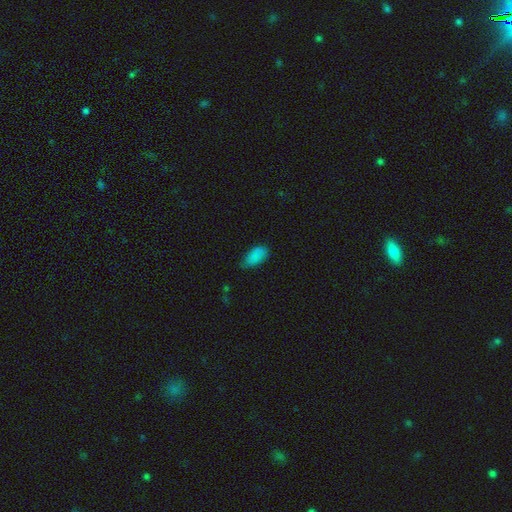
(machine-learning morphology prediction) This is clearly a smooth galaxy (86%). How rounded: clearly in between (93%). Merging: possibly none (60%).